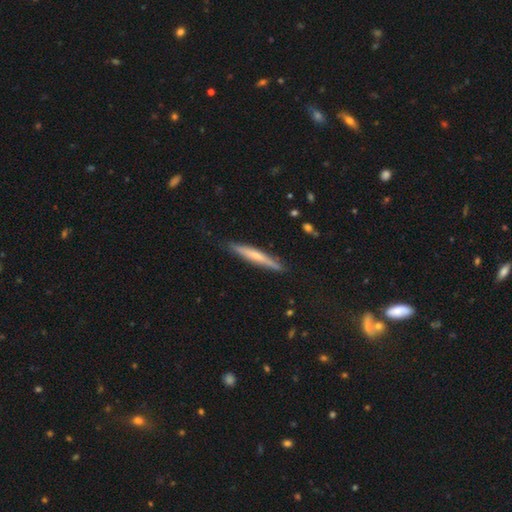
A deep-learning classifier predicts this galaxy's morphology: This appears to be a smooth galaxy with no disk features (50%) that is cigar-shaped (94%). Merging: none (83%).